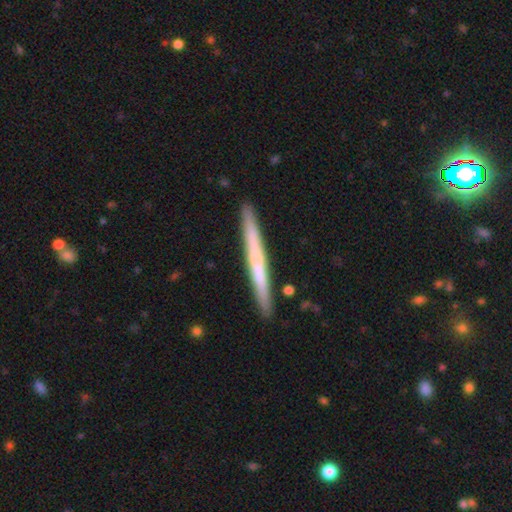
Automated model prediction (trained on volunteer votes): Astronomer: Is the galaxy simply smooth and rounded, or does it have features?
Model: smooth — 50% (runner-up: featured or disk, 45%).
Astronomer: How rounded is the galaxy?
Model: cigar-shaped — 97%.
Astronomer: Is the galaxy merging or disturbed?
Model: none — 90%.